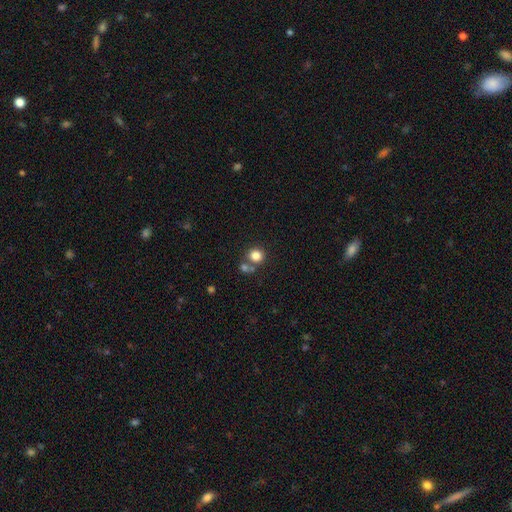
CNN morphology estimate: Overall: smooth (82%). How rounded: round (87%). Merging: none (64%; merger 24%).